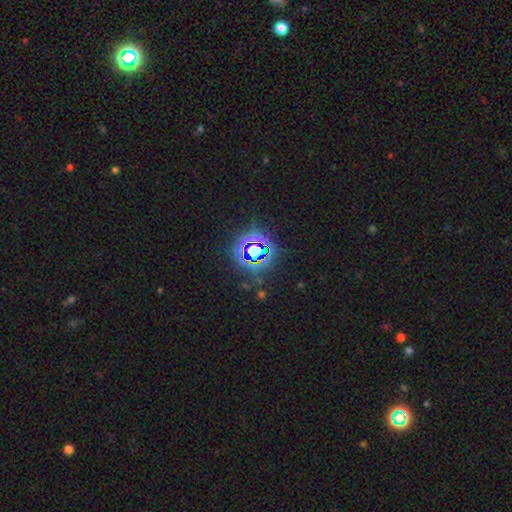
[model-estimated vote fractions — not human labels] star or artifact 81%, smooth 13%, featured or disk 7%.